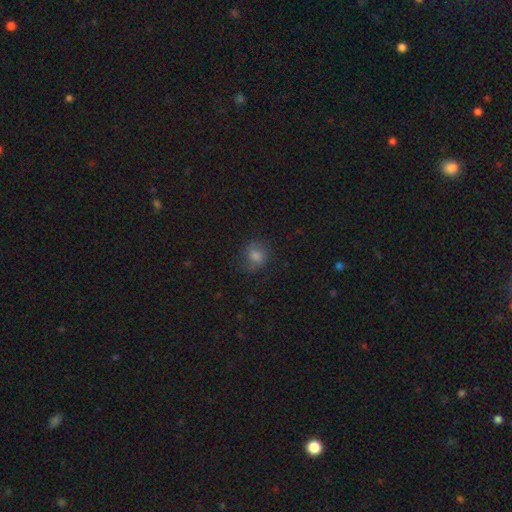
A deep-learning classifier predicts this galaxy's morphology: A smooth galaxy with no disk features (64%) that is round (69%).

Vote fractions:
- Smooth or featured? smooth: 64% / featured or disk: 19% / star or artifact: 18%
- How rounded? round: 69% / in between: 30% / cigar-shaped: 1%
- Merging? none: 72% / minor disturbance: 19% / major disturbance: 8% / merger: 1%